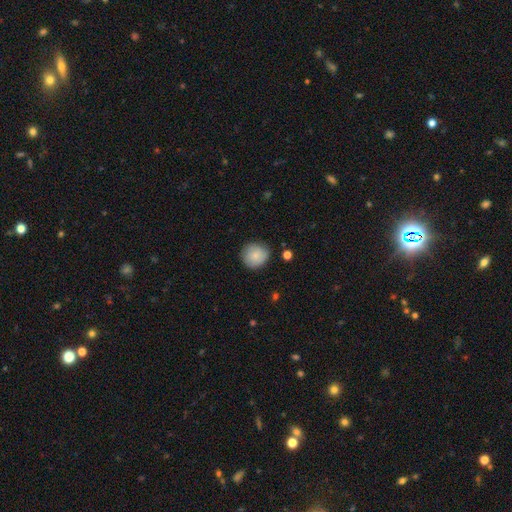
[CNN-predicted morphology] This appears to be a smooth galaxy with no disk features (84%) that is round (91%). Merging: none (83%).